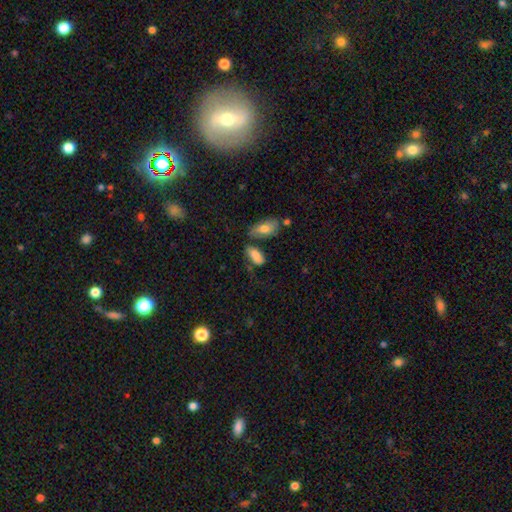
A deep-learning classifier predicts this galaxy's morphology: Q: Smooth or featured?
A: smooth (80%); runner-up: featured or disk (12%)
Q: How rounded?
A: in between (86%); runner-up: cigar-shaped (11%)
Q: Merging?
A: none (52%); runner-up: minor disturbance (22%)